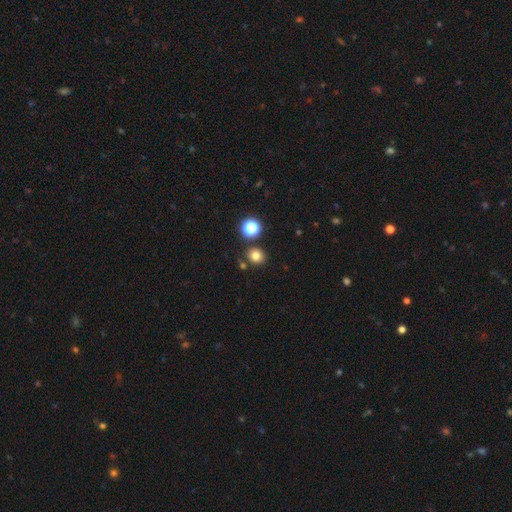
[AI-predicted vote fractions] Overall: smooth (78%). How rounded: round (78%). Merging: none (80%).